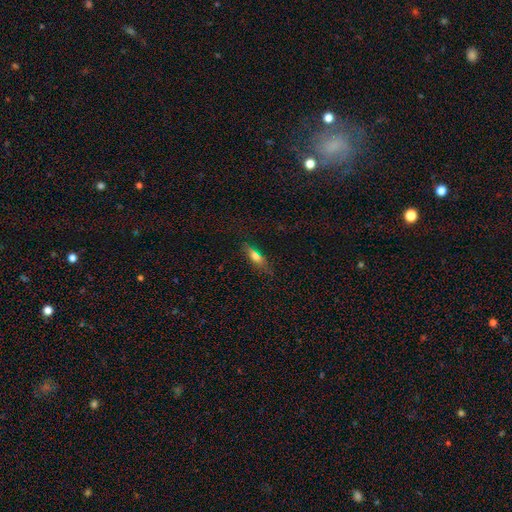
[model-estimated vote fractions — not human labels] Smooth or featured? smooth (64%)
How rounded? cigar-shaped (48%, tied with in between)
Merging? none (73%)